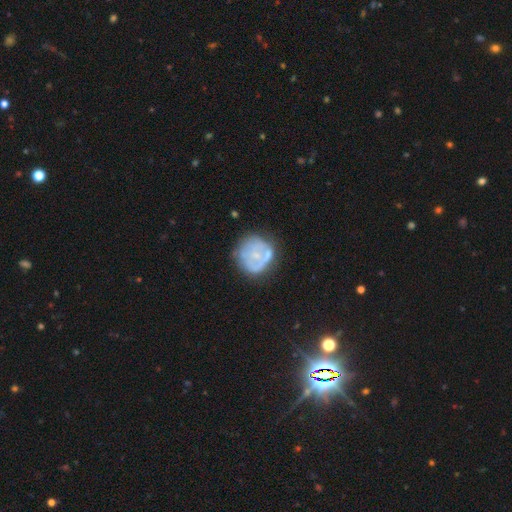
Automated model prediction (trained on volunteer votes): A featured or disk galaxy (51%). Merging: none (54%).